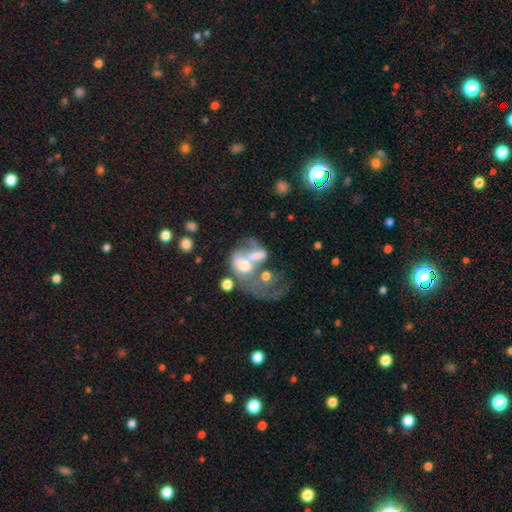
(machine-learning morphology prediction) type=featured or disk (47%); merging=merger (57%).